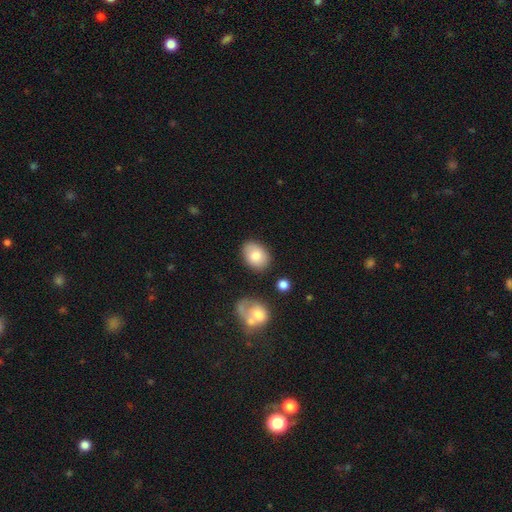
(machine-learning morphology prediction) A smooth galaxy with no disk features (80%) that is in between round and cigar-shaped (75%). Merging: none (80%).